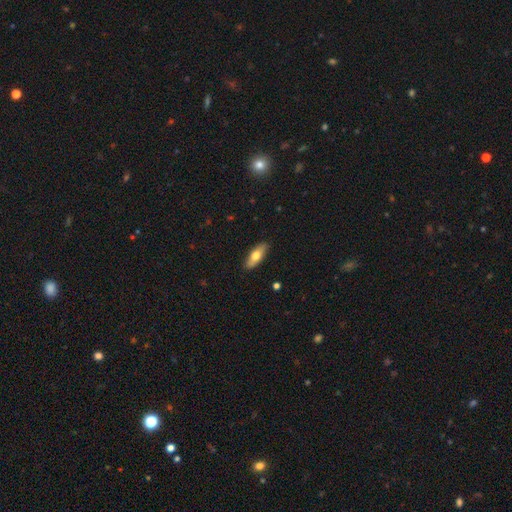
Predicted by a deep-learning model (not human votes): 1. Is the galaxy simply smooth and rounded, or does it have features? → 68% smooth, 27% featured or disk, 6% star or artifact.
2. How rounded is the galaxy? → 67% in between, 30% cigar-shaped, 3% round.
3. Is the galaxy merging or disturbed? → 88% none, 9% minor disturbance, 2% major disturbance, 1% merger.